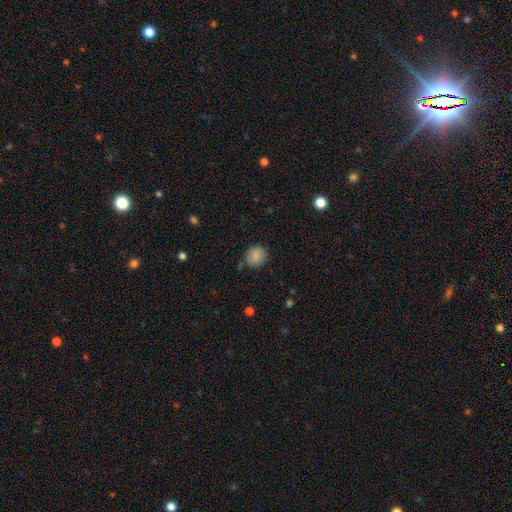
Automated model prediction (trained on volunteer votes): Smooth or featured?
  - smooth: 85% *
  - star or artifact: 9%
  - featured or disk: 6%
How rounded?
  - round: 80% *
  - in between: 19%
  - cigar-shaped: 1%
Merging?
  - none: 77% *
  - minor disturbance: 16%
  - major disturbance: 4%
  - merger: 3%